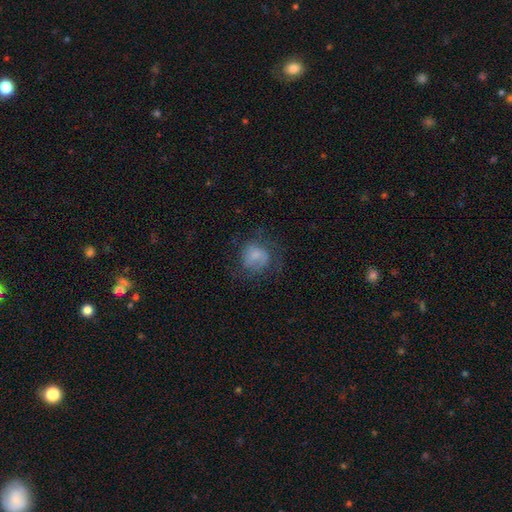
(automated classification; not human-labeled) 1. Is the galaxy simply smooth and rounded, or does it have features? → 55% smooth, 35% featured or disk, 10% star or artifact.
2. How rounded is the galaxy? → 77% round, 22% in between, 1% cigar-shaped.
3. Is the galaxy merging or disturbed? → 53% none, 23% major disturbance, 23% minor disturbance, 2% merger.